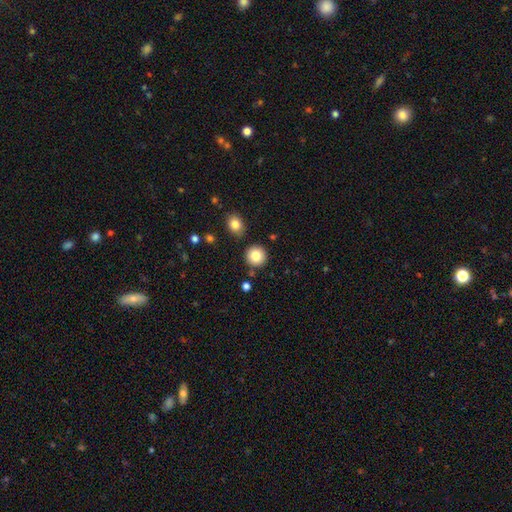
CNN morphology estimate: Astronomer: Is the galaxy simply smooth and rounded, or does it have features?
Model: smooth — 84%.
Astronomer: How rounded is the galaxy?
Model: round — 93%.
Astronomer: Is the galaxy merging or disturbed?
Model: none — 87%.